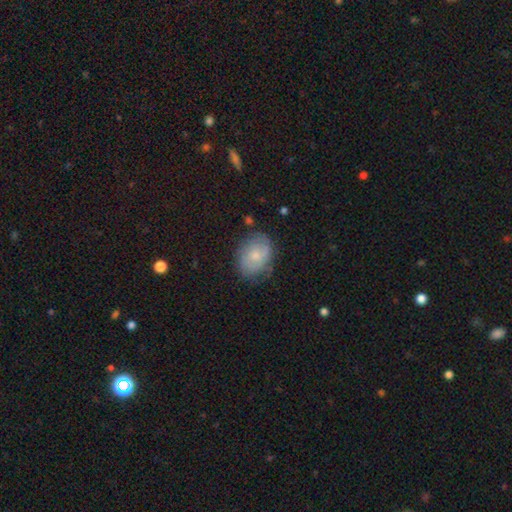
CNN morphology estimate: Smooth or featured? smooth (56%)
How rounded? in between (62%)
Merging? none (70%)